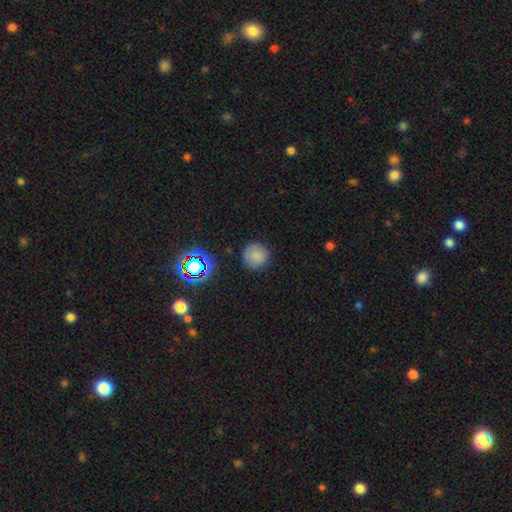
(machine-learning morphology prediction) type=smooth (77%); roundness=round (95%); merging=none (87%).